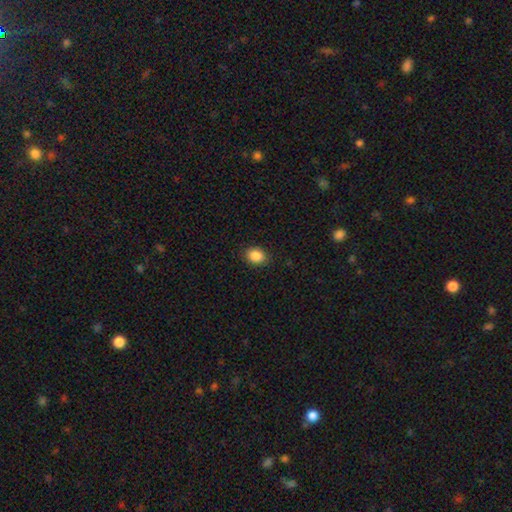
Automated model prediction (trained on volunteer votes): This appears to be a smooth galaxy with no disk features (88%) that is in between round and cigar-shaped (58%). Merging: none (89%).